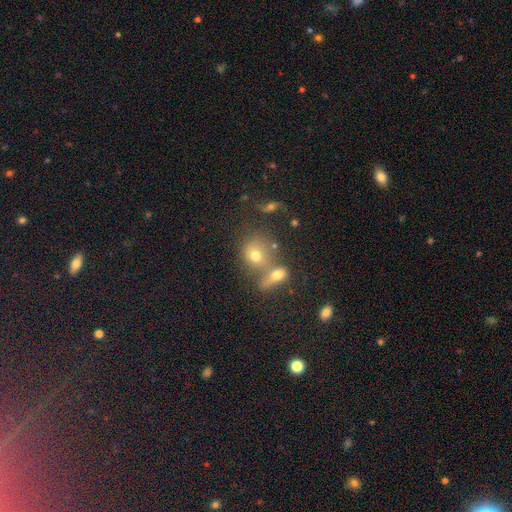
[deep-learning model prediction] The model was most divided on "merging": merger: 47%, none: 38%, minor disturbance: 9%, major disturbance: 6%. More confident: smooth or featured — smooth (67%); how rounded — round (63%).